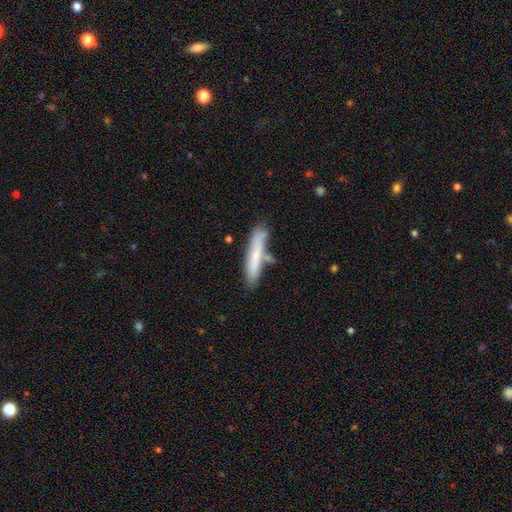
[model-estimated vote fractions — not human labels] smooth_or_featured: smooth (p=0.68) [alt: featured or disk p=0.26]
how_rounded: cigar-shaped (p=0.88) [alt: in between p=0.10]
merging: none (p=0.65) [alt: minor disturbance p=0.18]